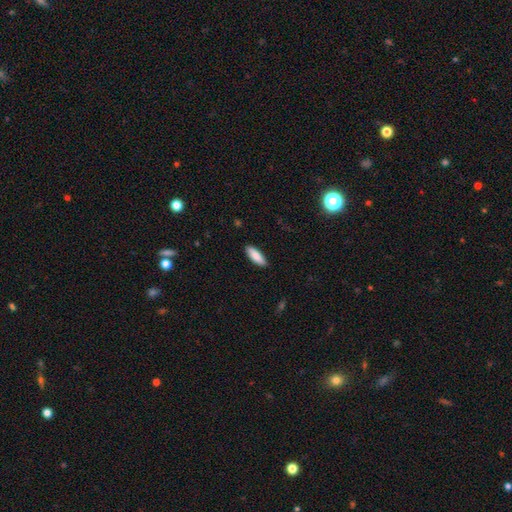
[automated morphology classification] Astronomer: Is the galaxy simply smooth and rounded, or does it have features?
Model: smooth — 86%.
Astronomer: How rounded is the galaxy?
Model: in between — 60% (runner-up: cigar-shaped, 38%).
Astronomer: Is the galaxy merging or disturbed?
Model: none — 88%.